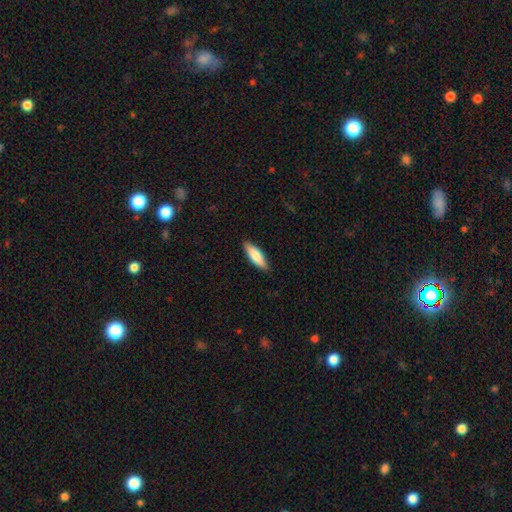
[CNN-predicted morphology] A smooth galaxy with no disk features (80%) that is in between round and cigar-shaped (50%).

Vote fractions:
- Smooth or featured? smooth: 80% / featured or disk: 15% / star or artifact: 5%
- How rounded? in between: 50% / cigar-shaped: 48% / round: 2%
- Merging? none: 88% / minor disturbance: 9% / major disturbance: 2% / merger: 1%